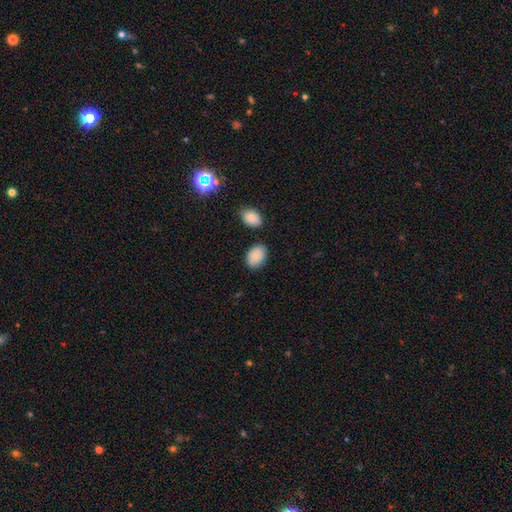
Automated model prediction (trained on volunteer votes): Smooth or featured? Predicted: smooth (p=0.86). How rounded? Predicted: in between (p=0.81). Merging? Predicted: none (p=0.78).